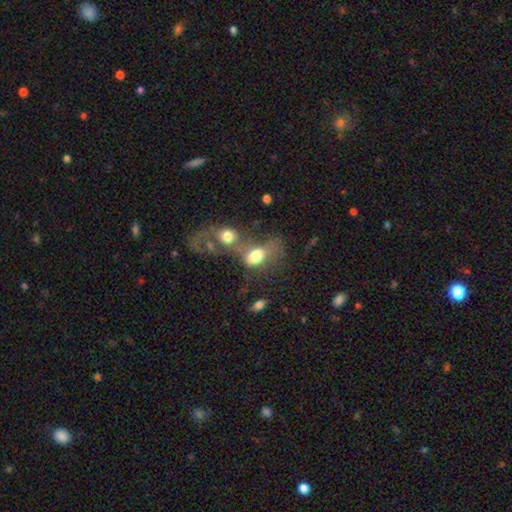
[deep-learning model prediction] This is likely a smooth galaxy (62%). How rounded: likely in between (79%). Merging: likely merger (68%).